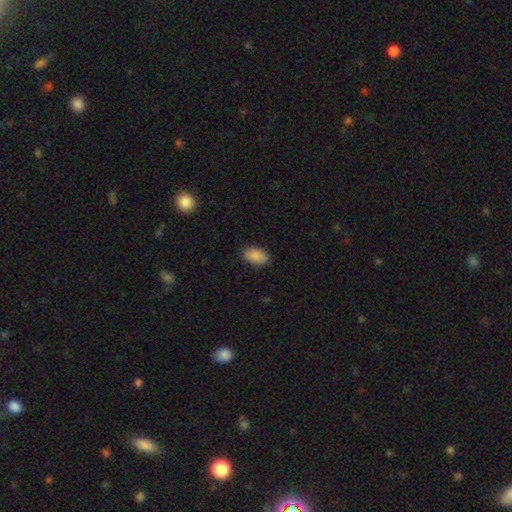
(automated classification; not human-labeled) Smooth or featured: smooth — 90% (star or artifact — 7%)
How rounded: in between — 93% (round — 5%)
Merging: none — 87% (minor disturbance — 10%)